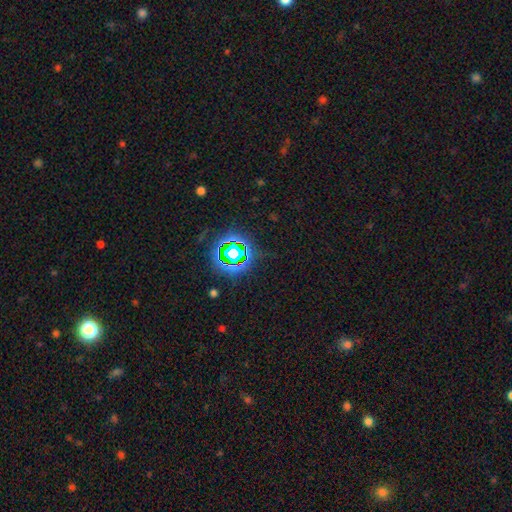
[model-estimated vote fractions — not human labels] A star or artifact, not a galaxy (75%).